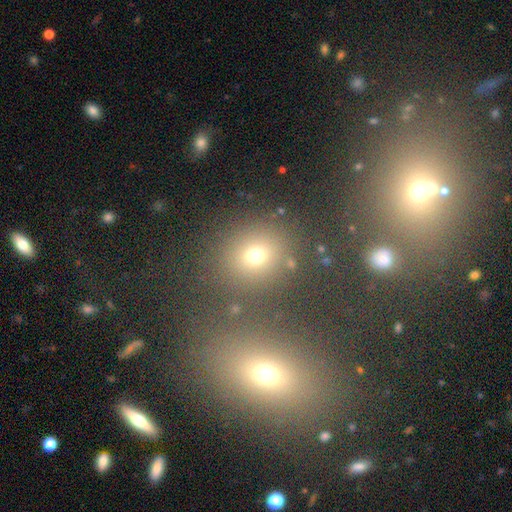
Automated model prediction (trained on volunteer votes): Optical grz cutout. It shows a smooth galaxy with no disk features (68%) that is round (76%). Merging: none (69%).